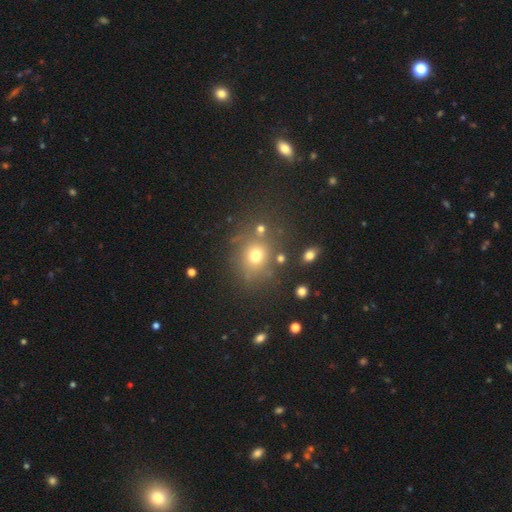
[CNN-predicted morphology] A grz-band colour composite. It shows a smooth galaxy with no disk features (69%) that is round (71%). Merging: none (71%).